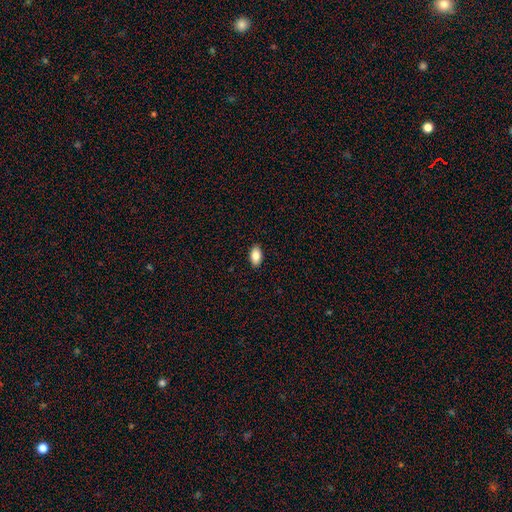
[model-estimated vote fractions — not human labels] Smooth or featured? smooth (86%)
How rounded? in between (94%)
Merging? none (91%)